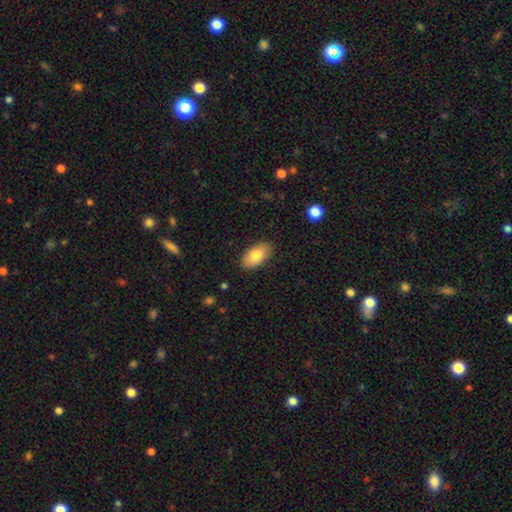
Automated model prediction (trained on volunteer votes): A smooth galaxy with no disk features (81%) that is in between round and cigar-shaped (94%).

Vote fractions:
- Smooth or featured? smooth: 81% / featured or disk: 13% / star or artifact: 6%
- How rounded? in between: 94% / round: 3% / cigar-shaped: 3%
- Merging? none: 87% / minor disturbance: 10% / major disturbance: 2% / merger: 1%